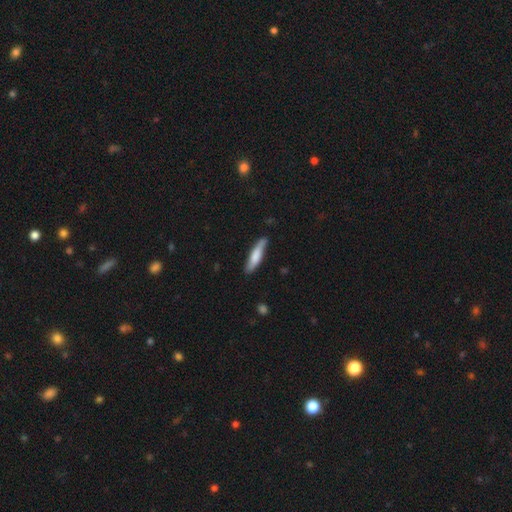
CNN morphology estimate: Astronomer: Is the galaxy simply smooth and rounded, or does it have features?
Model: smooth — 68%.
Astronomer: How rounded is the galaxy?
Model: cigar-shaped — 82%.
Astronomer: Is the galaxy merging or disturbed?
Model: none — 78%.